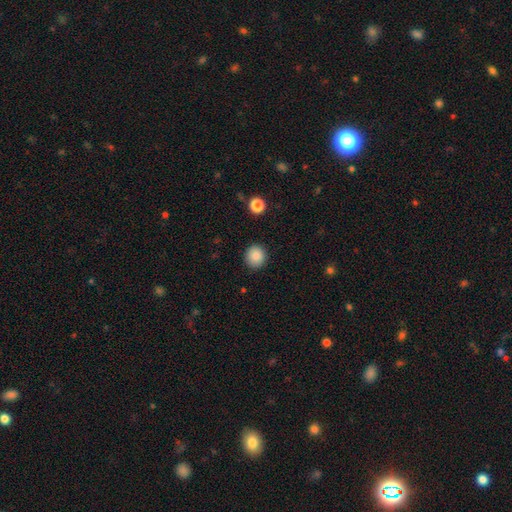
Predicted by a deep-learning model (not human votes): Smooth or featured? smooth (87%)
How rounded? round (89%)
Merging? none (90%)